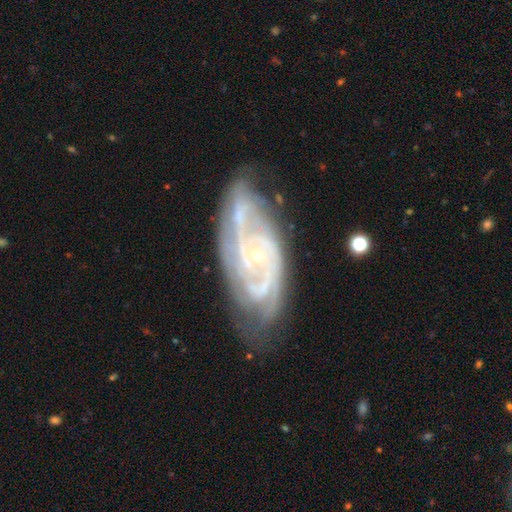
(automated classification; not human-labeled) smooth_or_featured: featured or disk (p=0.89) [alt: star or artifact p=0.06]
disk_edge_on: no (p=0.95) [alt: yes p=0.05]
bar: no (p=0.66) [alt: weak p=0.25]
has_spiral_arms: yes (p=0.97) [alt: no p=0.03]
spiral_winding: tight (p=0.62) [alt: medium p=0.33]
spiral_arm_count: 2 (p=0.36) [alt: 3 p=0.26]
bulge_size: small (p=0.80) [alt: moderate p=0.16]
merging: none (p=0.69) [alt: minor disturbance p=0.21]